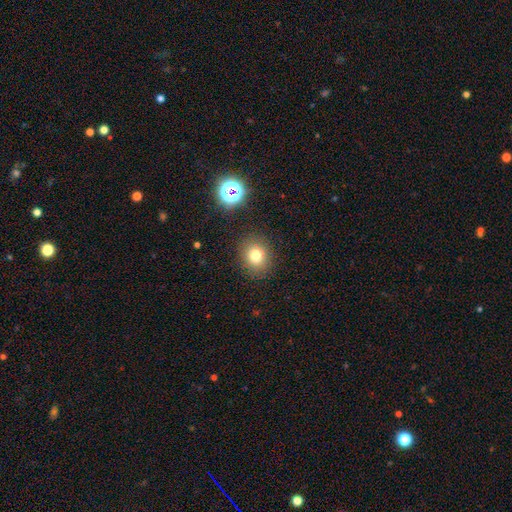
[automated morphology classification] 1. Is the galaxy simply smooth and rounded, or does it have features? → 75% smooth, 16% star or artifact, 10% featured or disk.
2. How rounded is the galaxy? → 73% round, 26% in between, 1% cigar-shaped.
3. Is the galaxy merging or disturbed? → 86% none, 9% minor disturbance, 3% major disturbance, 2% merger.